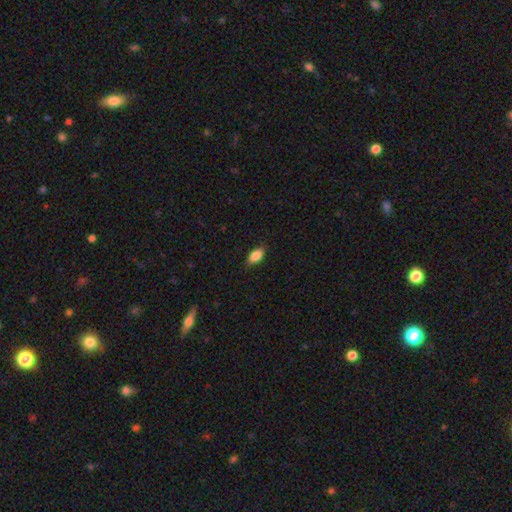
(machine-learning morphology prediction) Smooth or featured?
  - smooth: 86% *
  - star or artifact: 7%
  - featured or disk: 7%
How rounded?
  - in between: 89% *
  - cigar-shaped: 6%
  - round: 5%
Merging?
  - none: 82% *
  - minor disturbance: 15%
  - major disturbance: 3%
  - merger: 1%